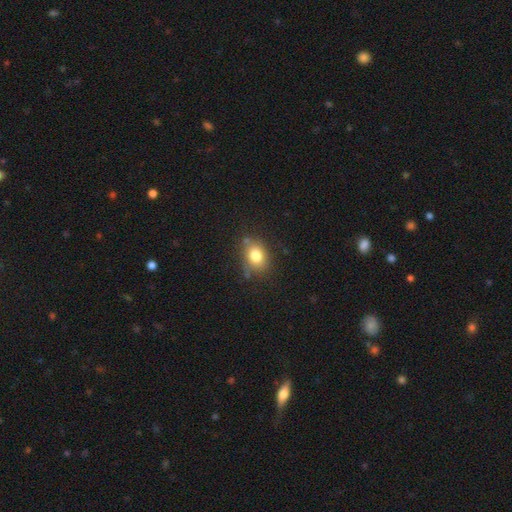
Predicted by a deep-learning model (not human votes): This appears to be a smooth galaxy with no disk features (79%) that is in between round and cigar-shaped (56%). Merging: none (72%).